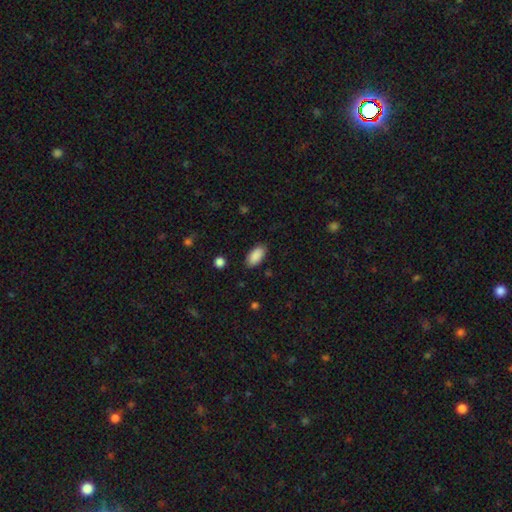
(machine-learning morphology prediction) Smooth or featured: smooth — 90% (star or artifact — 7%)
How rounded: in between — 93% (cigar-shaped — 5%)
Merging: none — 86% (minor disturbance — 10%)